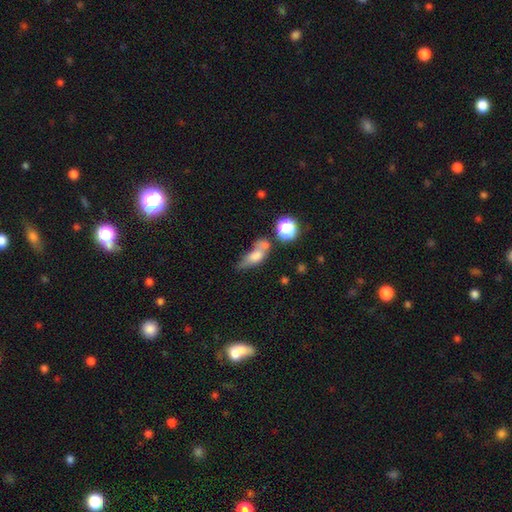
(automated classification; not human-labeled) smooth 62%, featured or disk 24%, star or artifact 13%. Down the decision tree: how rounded — in between (63%); merging — merger (42%).